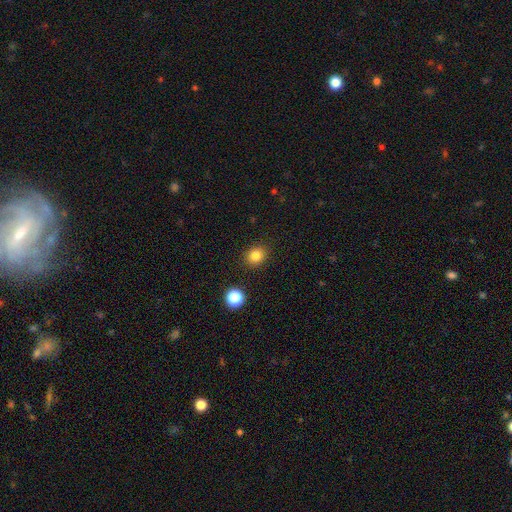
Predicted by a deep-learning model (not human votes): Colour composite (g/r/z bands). It shows a smooth galaxy with no disk features (83%) that is round (73%). Merging: none (88%).